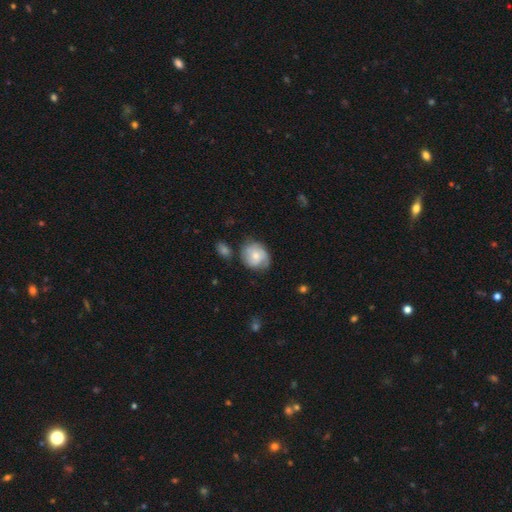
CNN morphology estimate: A smooth galaxy with no disk features (47%). Merging: none (62%).